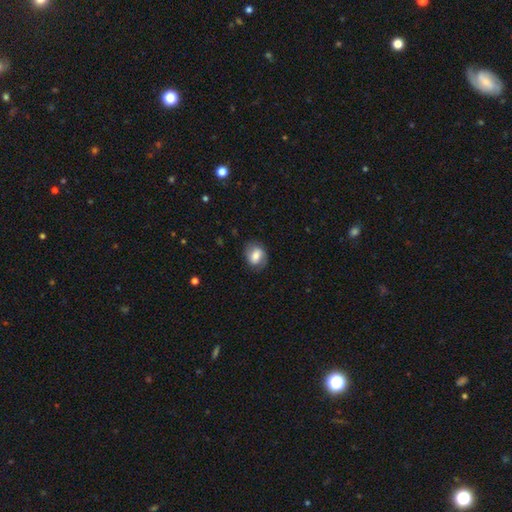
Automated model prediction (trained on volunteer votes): This appears to be a smooth galaxy with no disk features (56%) that is in between round and cigar-shaped (56%). Merging: none (73%).